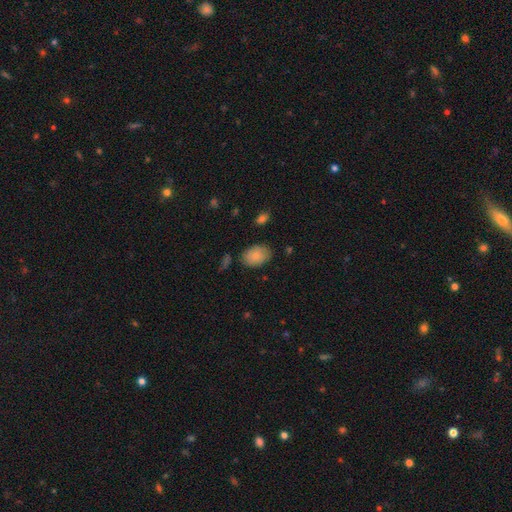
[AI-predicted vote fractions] The model was most divided on "merging": none: 79%, minor disturbance: 15%, major disturbance: 3%, merger: 2%. More confident: how rounded — in between (82%); smooth or featured — smooth (82%).